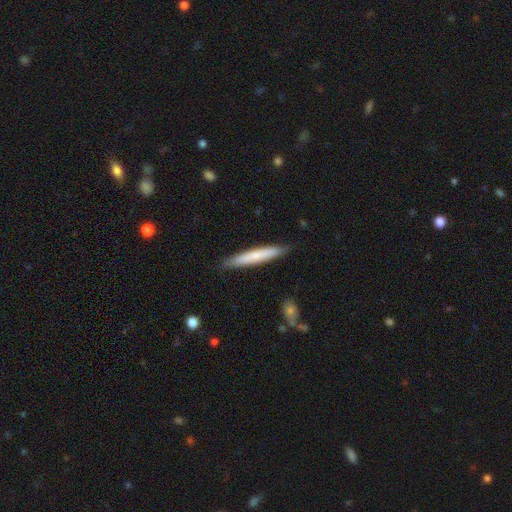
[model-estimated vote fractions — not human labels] Overall: smooth (65%; featured or disk 30%). How rounded: cigar-shaped (95%). Merging: none (87%).